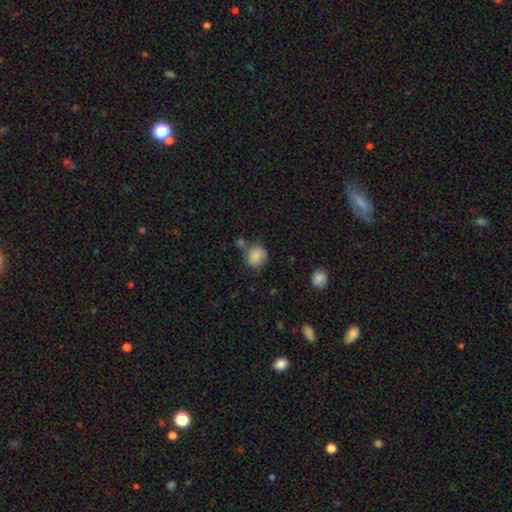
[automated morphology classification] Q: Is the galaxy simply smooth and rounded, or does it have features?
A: smooth — 84%.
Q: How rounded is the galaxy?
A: round — 87%.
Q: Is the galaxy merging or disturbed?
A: none — 68%.